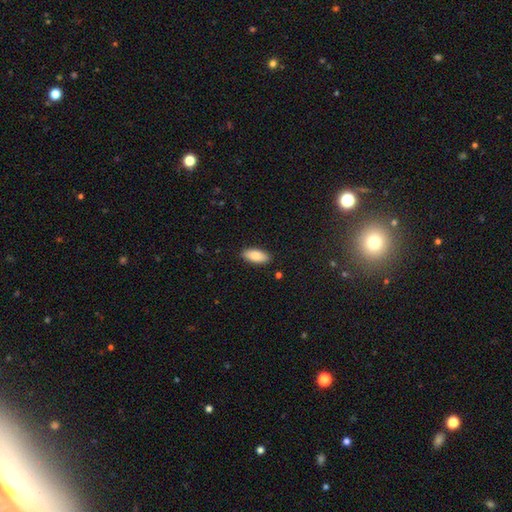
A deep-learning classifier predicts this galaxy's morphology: type=smooth (86%); roundness=in between (86%); merging=none (88%).